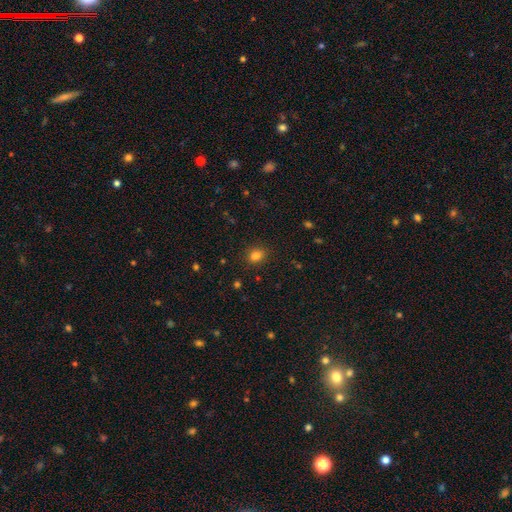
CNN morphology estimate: smooth 81%, star or artifact 14%, featured or disk 5%. Down the decision tree: how rounded — in between (50%); merging — none (84%).